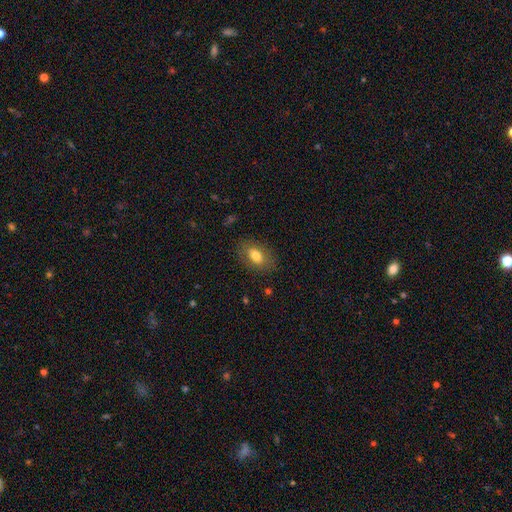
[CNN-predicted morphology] A smooth galaxy with no disk features (75%) that is in between round and cigar-shaped (87%). Merging: none (83%).